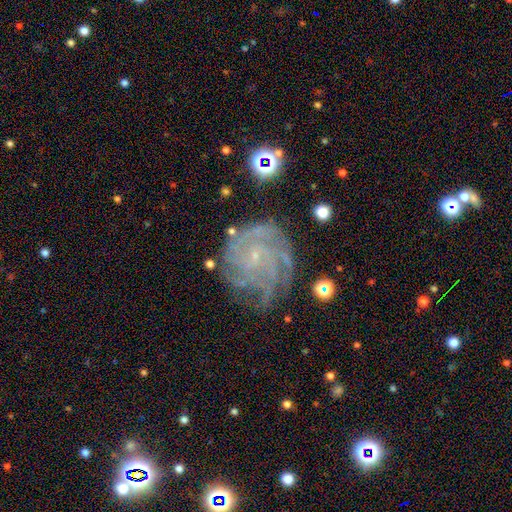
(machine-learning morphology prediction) A featured or disk galaxy (81%) with no bar (72%), tight (67%) spiral arms (95%) and a small central bulge (84%). Merging: none (66%).